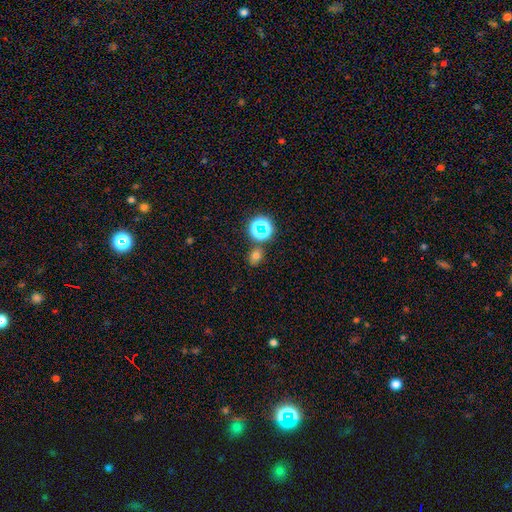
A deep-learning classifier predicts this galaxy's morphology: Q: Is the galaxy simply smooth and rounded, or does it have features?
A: smooth — 65%.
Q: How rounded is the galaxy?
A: round — 52%.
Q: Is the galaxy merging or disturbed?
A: none — 79%.